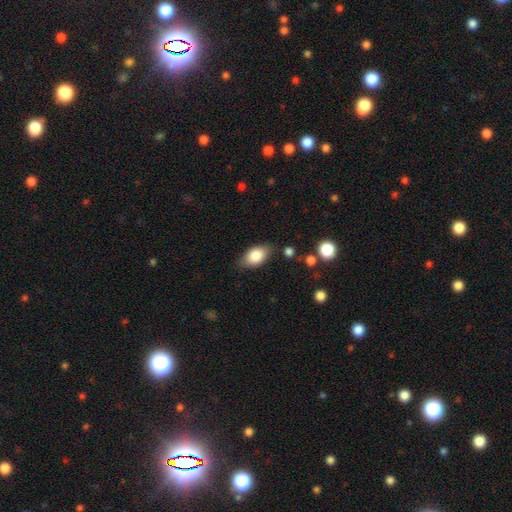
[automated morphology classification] Smooth or featured: smooth — 83% (featured or disk — 11%)
How rounded: in between — 90% (round — 7%)
Merging: none — 77% (minor disturbance — 17%)